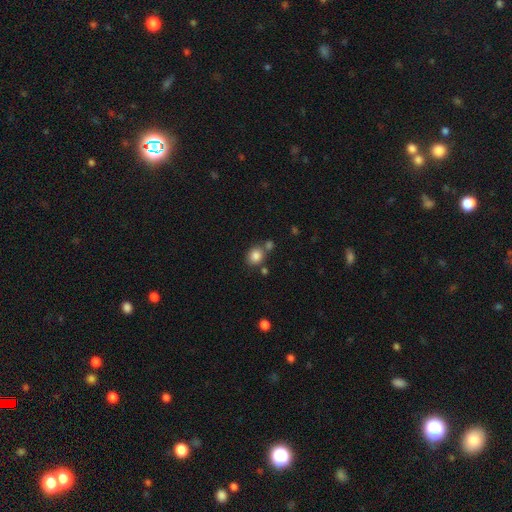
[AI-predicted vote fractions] Smooth or featured? Predicted: smooth (p=0.84). How rounded? Predicted: round (p=0.74). Merging? Predicted: none (p=0.65).